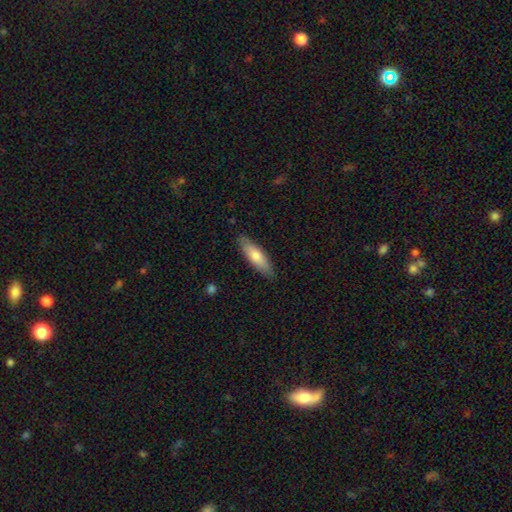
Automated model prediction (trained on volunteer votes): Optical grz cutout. It shows a smooth galaxy with no disk features (72%) that is cigar-shaped (57%). Merging: none (86%).